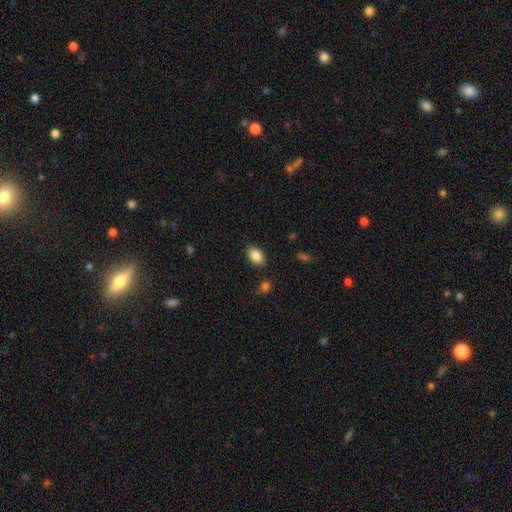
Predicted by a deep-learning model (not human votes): smooth 87%, star or artifact 8%, featured or disk 5%. Down the decision tree: how rounded — in between (88%); merging — none (85%).